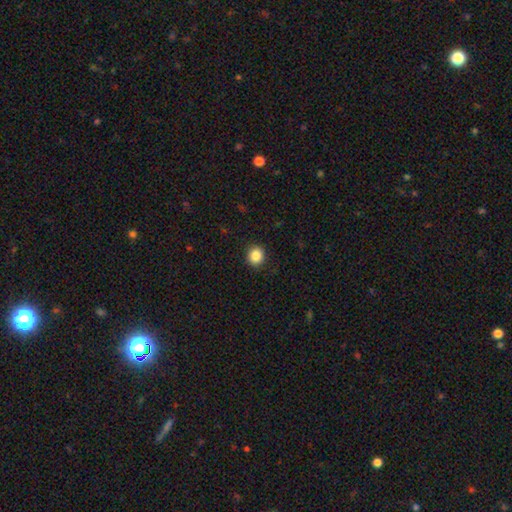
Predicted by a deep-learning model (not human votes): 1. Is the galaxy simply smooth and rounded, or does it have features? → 85% smooth, 10% star or artifact, 5% featured or disk.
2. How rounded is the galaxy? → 86% round, 13% in between, 1% cigar-shaped.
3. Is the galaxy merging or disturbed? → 91% none, 6% minor disturbance, 2% major disturbance, 1% merger.